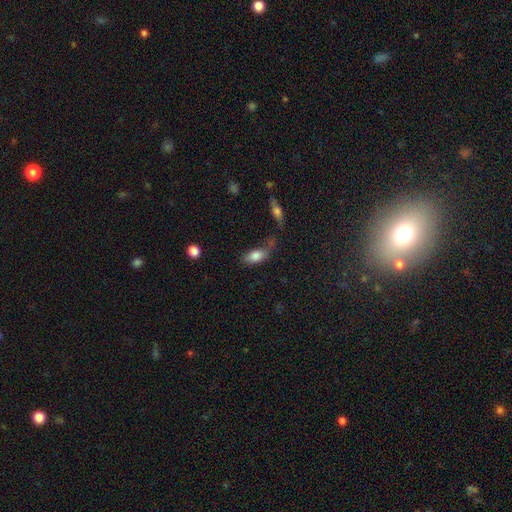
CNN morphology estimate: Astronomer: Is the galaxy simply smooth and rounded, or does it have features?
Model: smooth — 80%.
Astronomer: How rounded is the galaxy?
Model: in between — 89%.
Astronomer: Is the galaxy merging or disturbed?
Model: none — 45% (runner-up: minor disturbance, 22%).